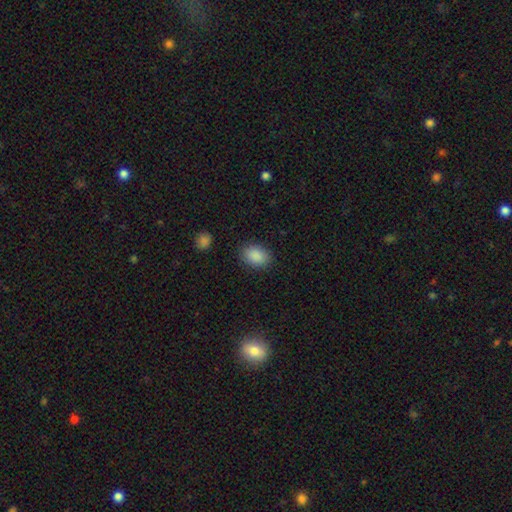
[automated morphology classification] Smooth or featured: smooth — 89% (star or artifact — 8%)
How rounded: in between — 76% (round — 23%)
Merging: none — 86% (minor disturbance — 10%)